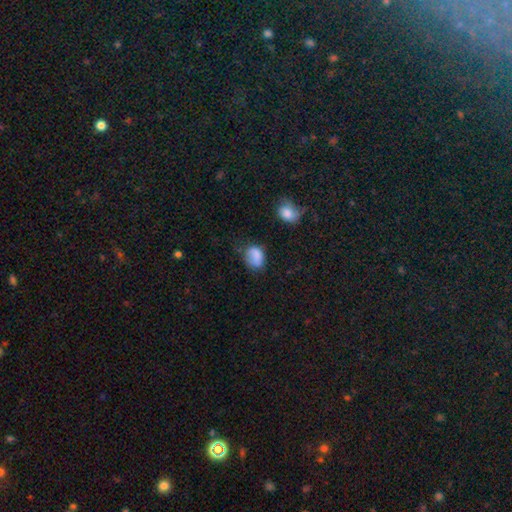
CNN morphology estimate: smooth 82%, star or artifact 9%, featured or disk 9%. Down the decision tree: how rounded — in between (63%); merging — none (55%).